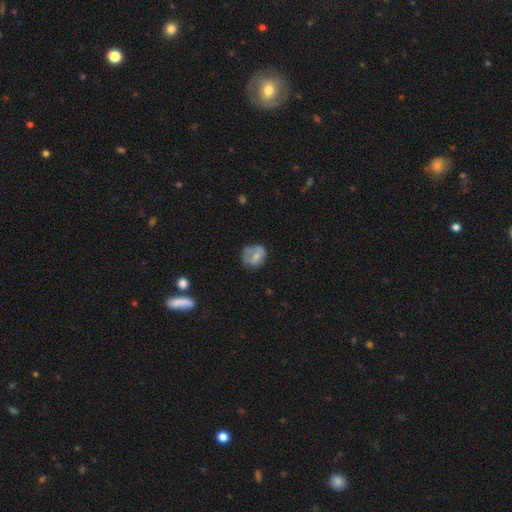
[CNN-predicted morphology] A smooth galaxy with no disk features (58%) that is round (63%). Merging: none (50%).